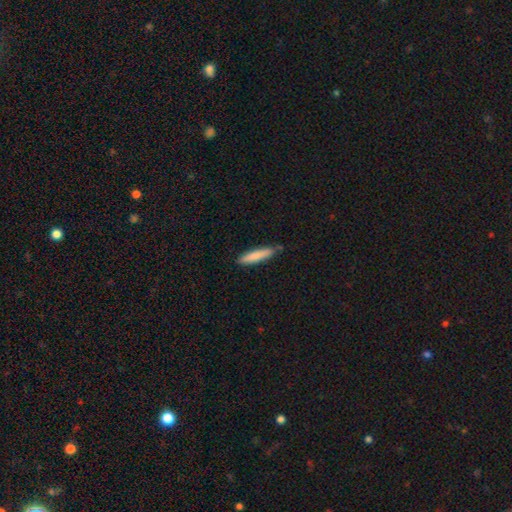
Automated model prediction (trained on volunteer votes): Smooth or featured? smooth (82%)
How rounded? cigar-shaped (87%)
Merging? none (80%)